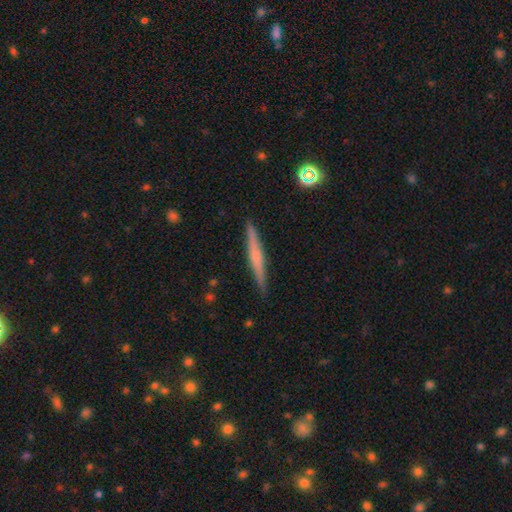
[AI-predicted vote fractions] Smooth or featured: featured or disk — 54% (smooth — 39%)
Edge-on disk: yes — 97% (no — 3%)
Edge-on bulge: rounded — 48% (none — 40%)
Merging: none — 91% (minor disturbance — 7%)